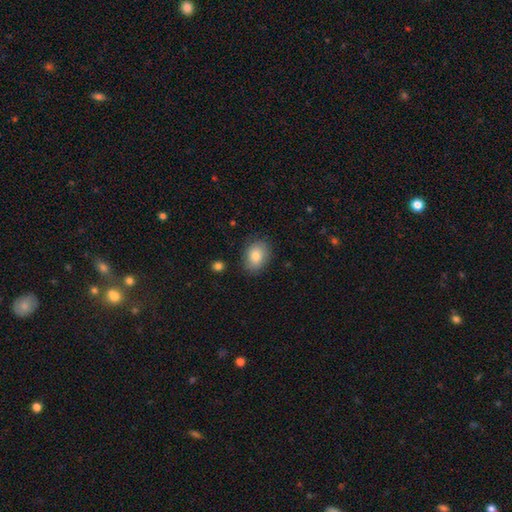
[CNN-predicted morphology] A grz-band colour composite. It shows a smooth galaxy with no disk features (84%) that is in between round and cigar-shaped (68%). Merging: none (83%).